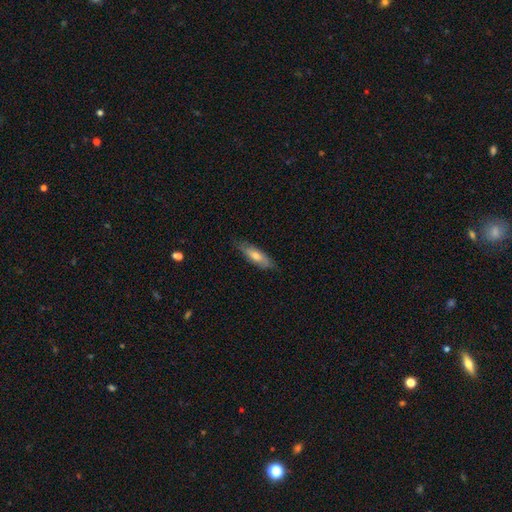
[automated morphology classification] smooth_or_featured: smooth (p=0.59) [alt: featured or disk p=0.34]
how_rounded: cigar-shaped (p=0.54) [alt: in between p=0.44]
merging: none (p=0.78) [alt: minor disturbance p=0.18]